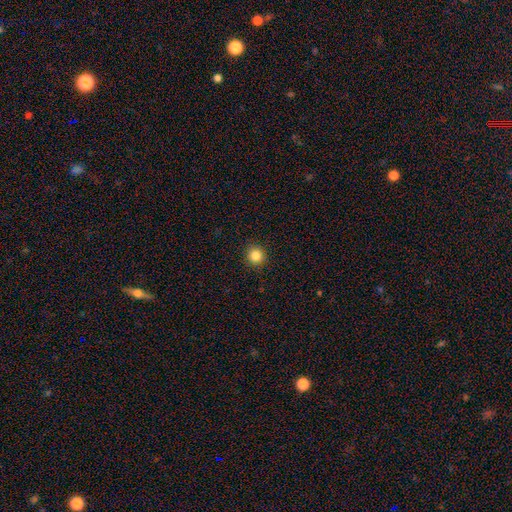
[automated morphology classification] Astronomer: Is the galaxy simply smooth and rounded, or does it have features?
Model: smooth — 85%.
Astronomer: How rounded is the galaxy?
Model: round — 92%.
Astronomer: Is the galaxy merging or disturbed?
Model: none — 92%.